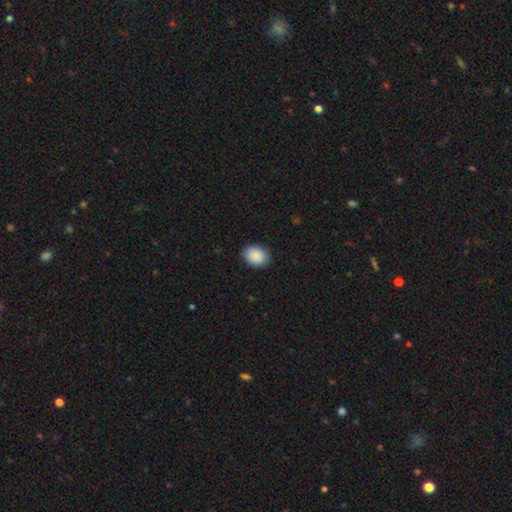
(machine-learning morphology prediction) smooth_or_featured: smooth (p=0.90) [alt: star or artifact p=0.07]
how_rounded: in between (p=0.70) [alt: round p=0.29]
merging: none (p=0.88) [alt: minor disturbance p=0.09]